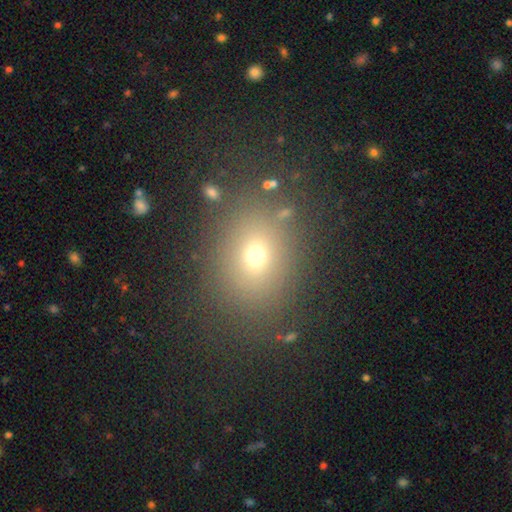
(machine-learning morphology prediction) type=smooth (66%); roundness=round (55%); merging=none (83%).